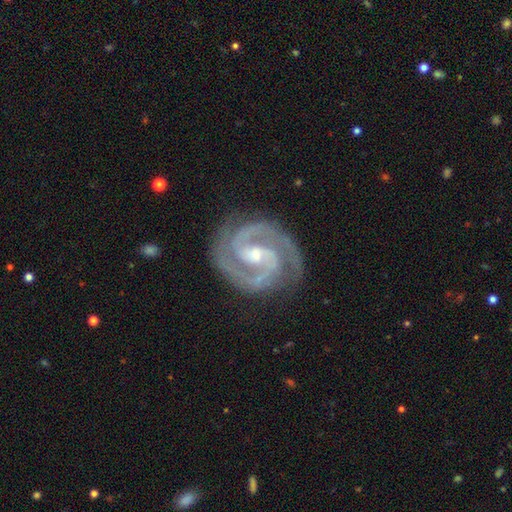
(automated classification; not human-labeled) smooth_or_featured: featured or disk (p=0.94) [alt: star or artifact p=0.04]
disk_edge_on: no (p=0.98) [alt: yes p=0.02]
bar: weak (p=0.43) [alt: strong p=0.30]
has_spiral_arms: yes (p=0.99) [alt: no p=0.01]
spiral_winding: tight (p=0.57) [alt: medium p=0.40]
spiral_arm_count: 2 (p=0.90) [alt: 3 p=0.05]
bulge_size: small (p=0.51) [alt: moderate p=0.44]
merging: none (p=0.84) [alt: minor disturbance p=0.12]